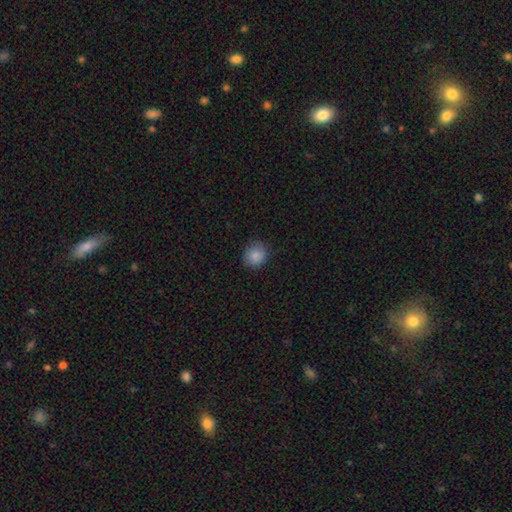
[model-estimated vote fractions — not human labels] This appears to be a smooth galaxy with no disk features (86%) that is round (80%). Merging: none (84%).